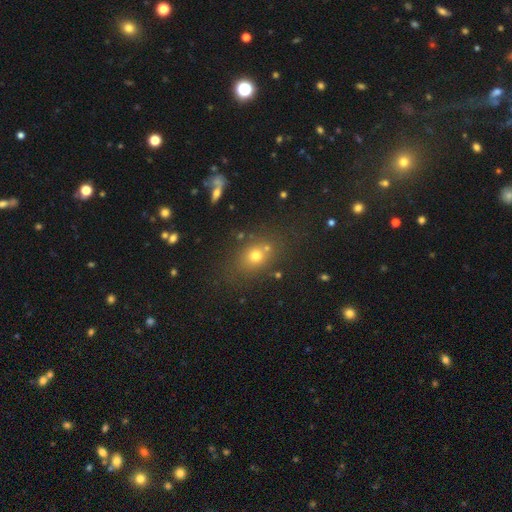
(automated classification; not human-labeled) Smooth or featured?
  - smooth: 66% *
  - star or artifact: 21%
  - featured or disk: 12%
How rounded?
  - round: 56% *
  - in between: 42%
  - cigar-shaped: 2%
Merging?
  - none: 74% *
  - minor disturbance: 11%
  - merger: 10%
  - major disturbance: 5%